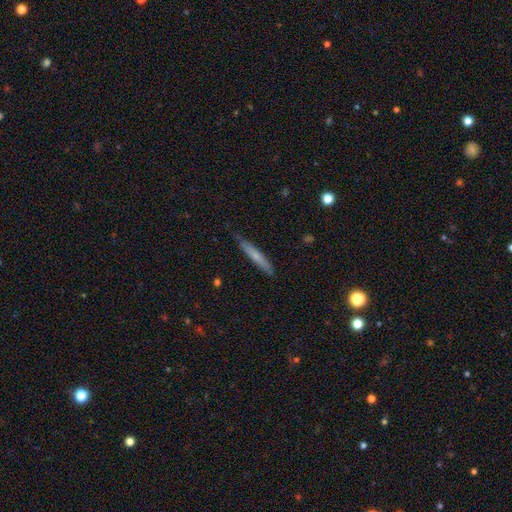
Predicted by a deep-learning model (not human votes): Overall: smooth (56%; featured or disk 38%). How rounded: cigar-shaped (94%). Merging: none (83%).